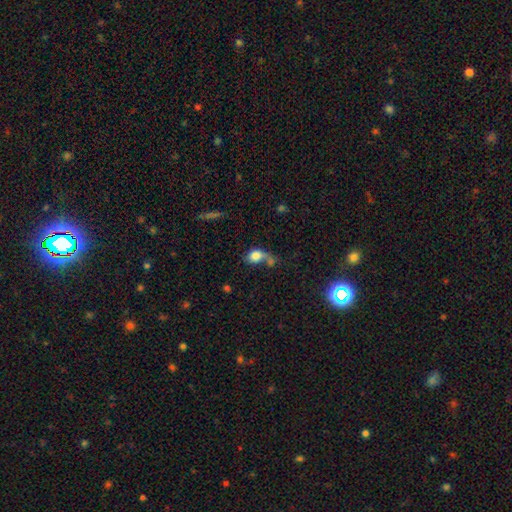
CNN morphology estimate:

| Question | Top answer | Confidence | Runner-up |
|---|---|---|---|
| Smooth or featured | smooth | 74% | featured or disk (16%) |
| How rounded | in between | 59% | round (38%) |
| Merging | merger | 36% | none (26%) |